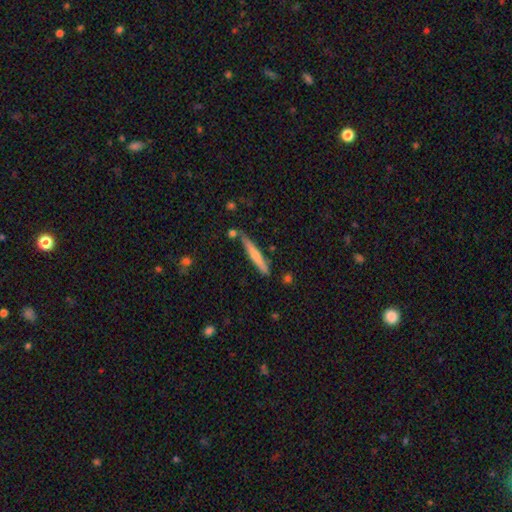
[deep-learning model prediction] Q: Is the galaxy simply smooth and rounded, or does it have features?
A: smooth — 62%.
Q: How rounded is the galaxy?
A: cigar-shaped — 94%.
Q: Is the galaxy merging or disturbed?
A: none — 77%.